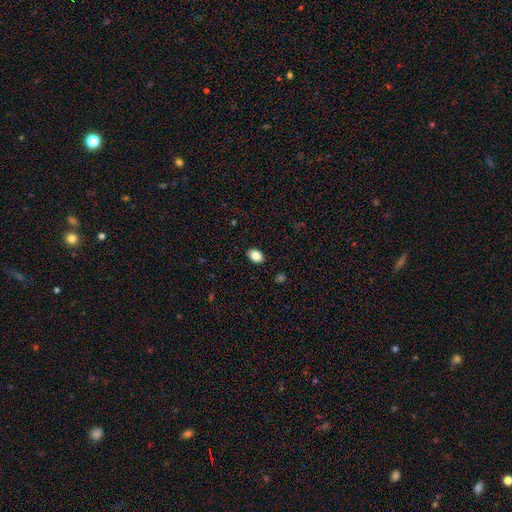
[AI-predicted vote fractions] A smooth galaxy with no disk features (86%) that is in between round and cigar-shaped (82%). Merging: none (89%).